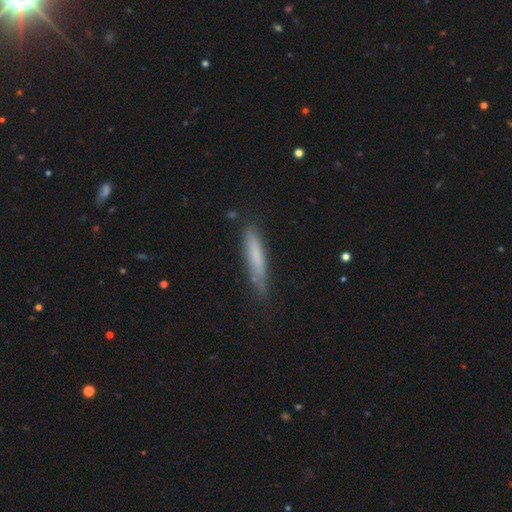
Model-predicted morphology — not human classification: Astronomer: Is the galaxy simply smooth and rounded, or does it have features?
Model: smooth — 69%.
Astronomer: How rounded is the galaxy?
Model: cigar-shaped — 89%.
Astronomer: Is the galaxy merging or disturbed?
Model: none — 69%.